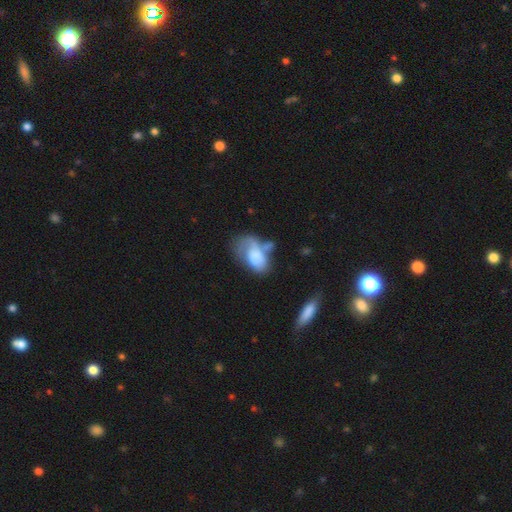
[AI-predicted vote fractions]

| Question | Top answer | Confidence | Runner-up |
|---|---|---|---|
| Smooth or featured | smooth | 57% | featured or disk (35%) |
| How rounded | in between | 90% | round (8%) |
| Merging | major disturbance | 35% | none (24%) |